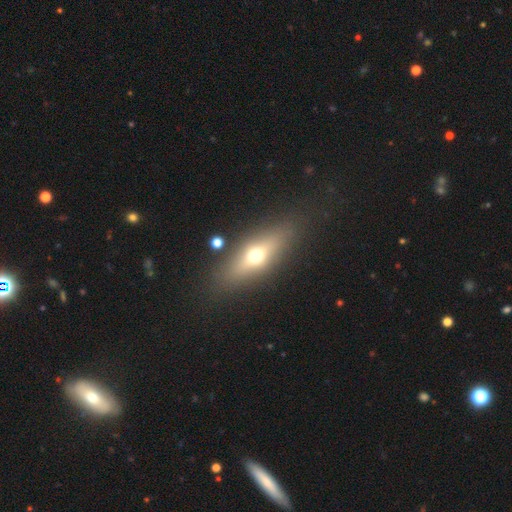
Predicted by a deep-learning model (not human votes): A smooth galaxy with no disk features (54%) that is in between round and cigar-shaped (58%).

Vote fractions:
- Smooth or featured? smooth: 54% / featured or disk: 35% / star or artifact: 11%
- How rounded? in between: 58% / cigar-shaped: 34% / round: 8%
- Merging? none: 83% / minor disturbance: 9% / major disturbance: 5% / merger: 3%